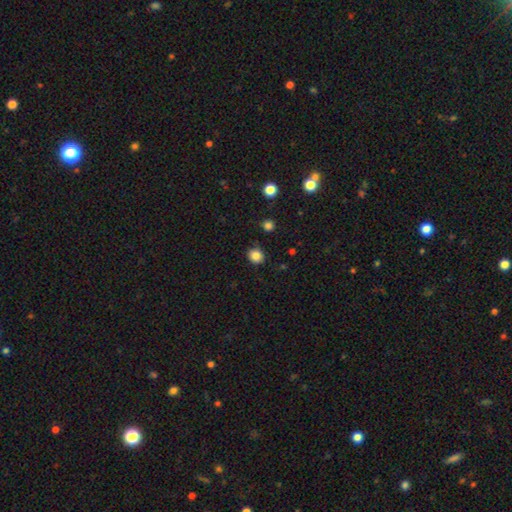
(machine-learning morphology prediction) smooth_or_featured: smooth (p=0.84) [alt: star or artifact p=0.11]
how_rounded: round (p=0.80) [alt: in between p=0.19]
merging: none (p=0.85) [alt: minor disturbance p=0.11]